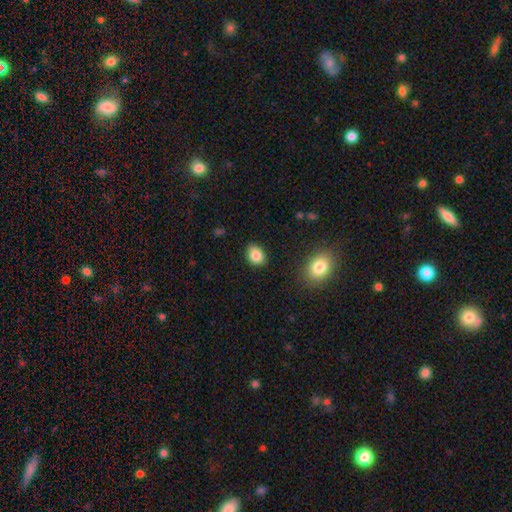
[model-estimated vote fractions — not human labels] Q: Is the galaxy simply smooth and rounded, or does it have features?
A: smooth — 85%.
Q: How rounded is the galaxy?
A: in between — 64%.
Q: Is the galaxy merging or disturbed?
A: none — 84%.